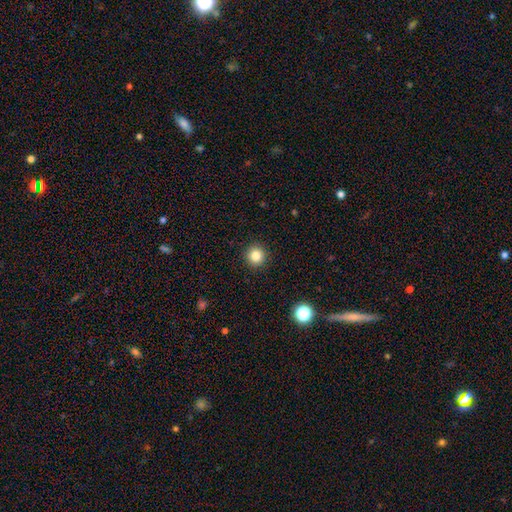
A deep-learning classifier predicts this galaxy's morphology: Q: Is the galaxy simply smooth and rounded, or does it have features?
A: smooth — 83%.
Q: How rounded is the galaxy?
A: round — 95%.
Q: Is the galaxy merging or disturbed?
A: none — 92%.